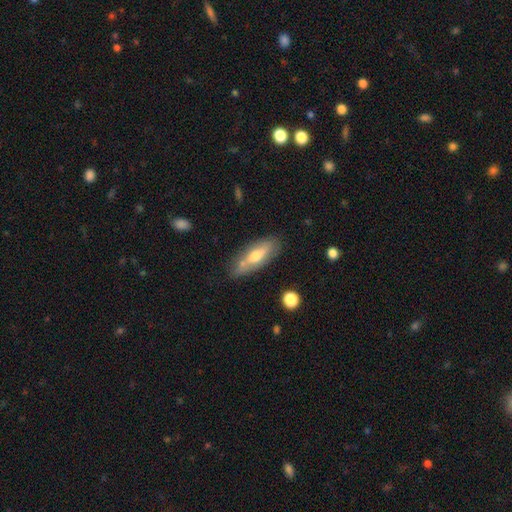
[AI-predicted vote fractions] This is possibly a smooth galaxy (53%). How rounded: possibly in between (58%). Merging: likely none (73%).